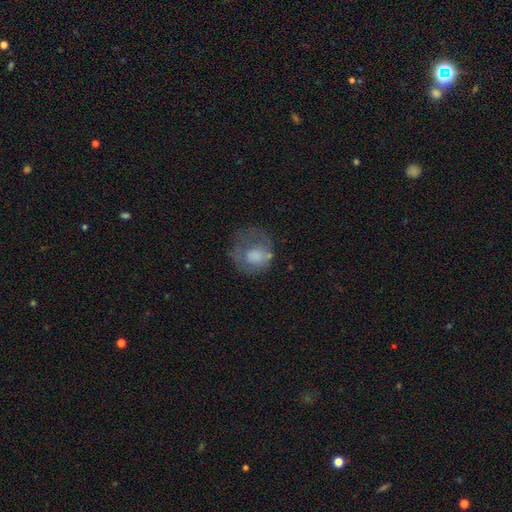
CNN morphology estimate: Smooth or featured? Predicted: smooth (p=0.59). How rounded? Predicted: round (p=0.68). Merging? Predicted: none (p=0.38).